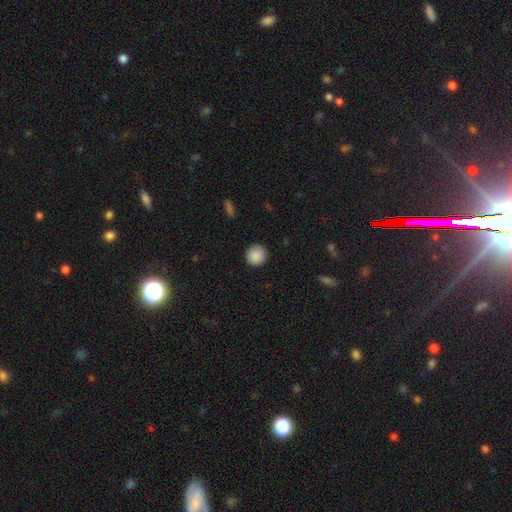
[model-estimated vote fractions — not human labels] Smooth or featured: smooth — 89% (star or artifact — 8%)
How rounded: round — 94% (in between — 5%)
Merging: none — 91% (minor disturbance — 6%)